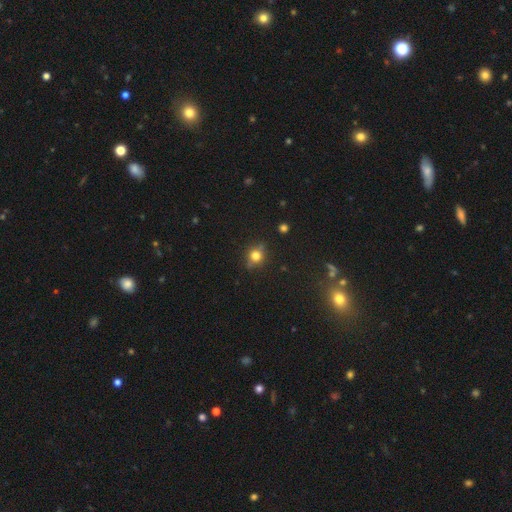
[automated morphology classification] A smooth galaxy with no disk features (68%) that is round (76%).

Vote fractions:
- Smooth or featured? smooth: 68% / featured or disk: 17% / star or artifact: 15%
- How rounded? round: 76% / in between: 22% / cigar-shaped: 2%
- Merging? none: 79% / minor disturbance: 15% / major disturbance: 4% / merger: 2%